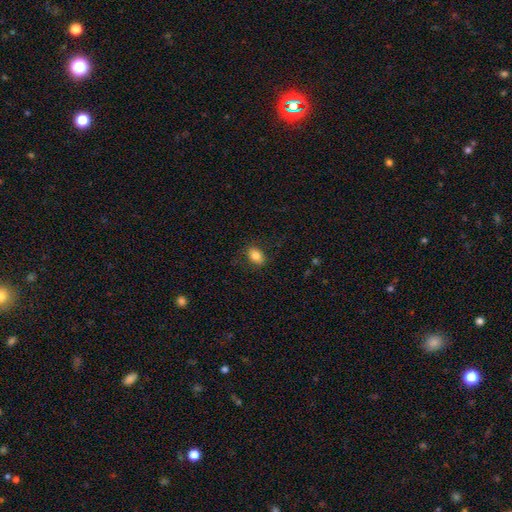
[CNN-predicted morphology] The model was most divided on "how rounded": in between: 79%, round: 20%, cigar-shaped: 2%. More confident: merging — none (83%); smooth or featured — smooth (83%).